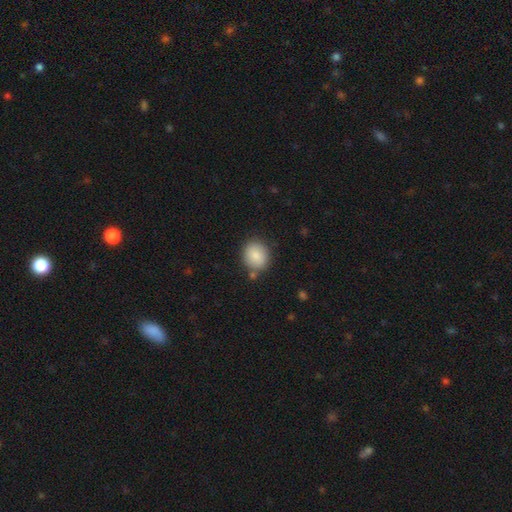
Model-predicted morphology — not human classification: smooth 86%, star or artifact 7%, featured or disk 6%. Down the decision tree: how rounded — round (71%); merging — none (79%).